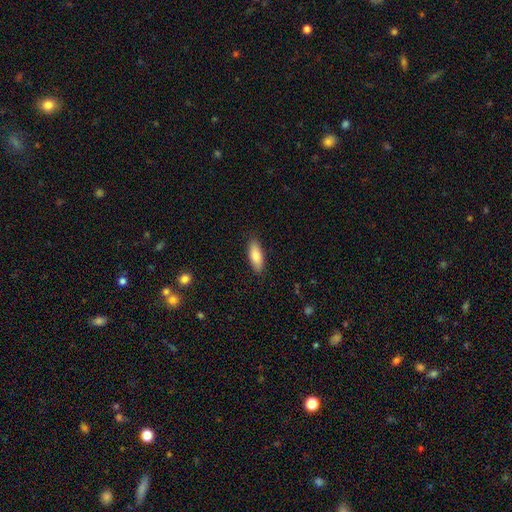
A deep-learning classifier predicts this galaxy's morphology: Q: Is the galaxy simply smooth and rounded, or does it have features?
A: smooth — 83%.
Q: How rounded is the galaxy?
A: in between — 62%.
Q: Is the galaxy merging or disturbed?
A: none — 88%.